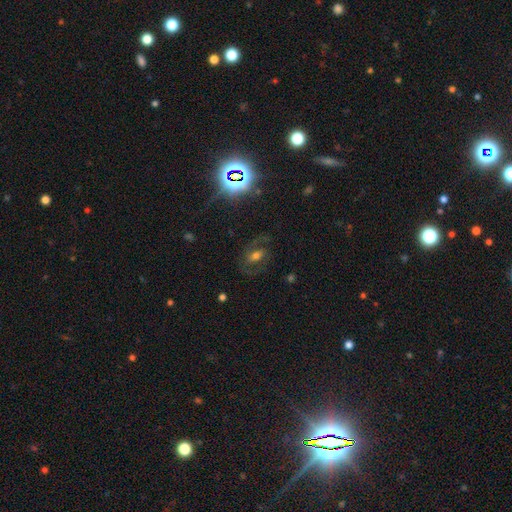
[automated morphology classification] This is likely a featured or disk galaxy (63%). It is clearly not viewed edge-on (96%). Bar: marginally weak (39%). Spiral arm pattern: clearly yes (86%). Spiral arm count: clearly 2 (88%). Spiral winding: possibly medium (55%). Central bulge: possibly moderate (56%). Merging: likely none (72%).